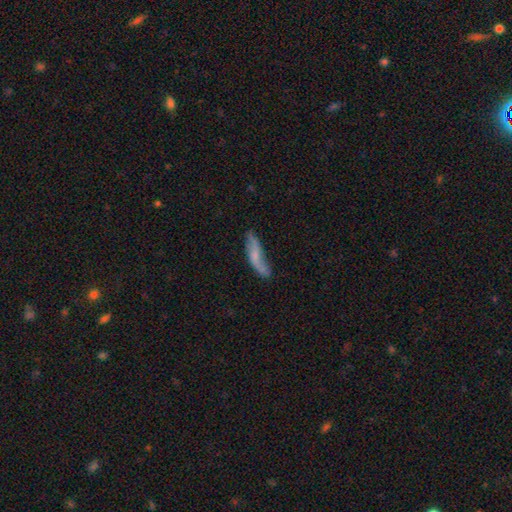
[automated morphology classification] smooth_or_featured: featured or disk (p=0.50) [alt: smooth p=0.43]
merging: none (p=0.54) [alt: minor disturbance p=0.29]